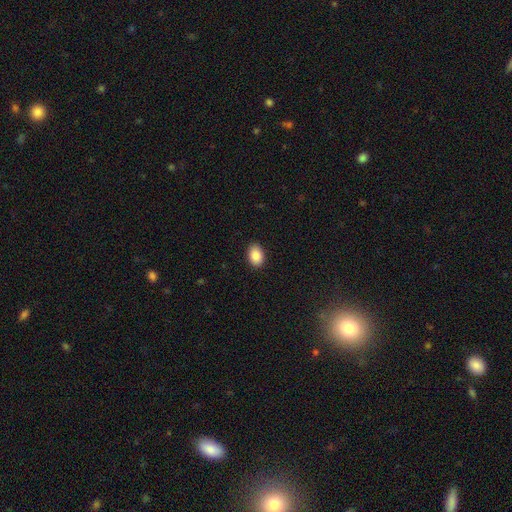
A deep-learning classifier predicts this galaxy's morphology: Smooth or featured?
  - smooth: 88% *
  - star or artifact: 8%
  - featured or disk: 4%
How rounded?
  - in between: 82% *
  - round: 17%
  - cigar-shaped: 1%
Merging?
  - none: 90% *
  - minor disturbance: 7%
  - major disturbance: 2%
  - merger: 1%